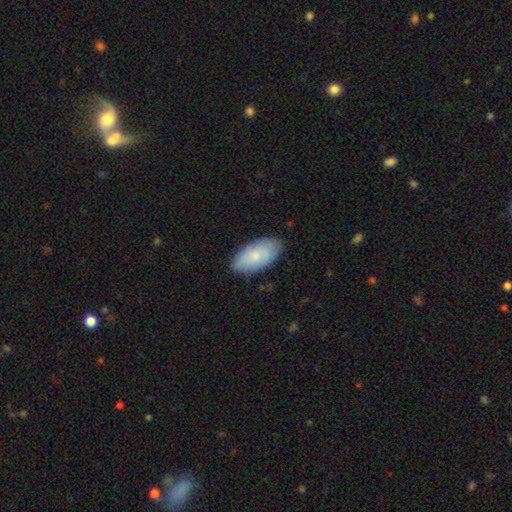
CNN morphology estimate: A smooth galaxy with no disk features (77%) that is in between round and cigar-shaped (94%).

Vote fractions:
- Smooth or featured? smooth: 77% / featured or disk: 17% / star or artifact: 6%
- How rounded? in between: 94% / cigar-shaped: 3% / round: 2%
- Merging? none: 82% / minor disturbance: 15% / major disturbance: 2% / merger: 1%